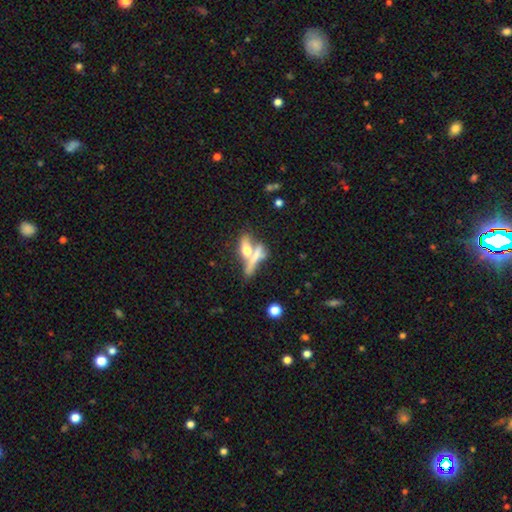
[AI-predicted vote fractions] Smooth or featured? Predicted: smooth (p=0.53). How rounded? Predicted: cigar-shaped (p=0.59). Merging? Predicted: merger (p=0.54).